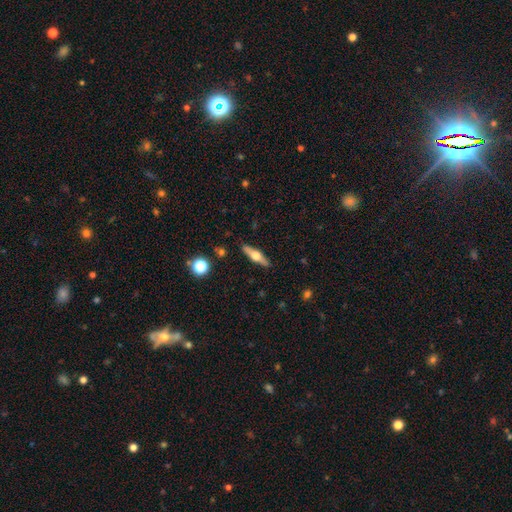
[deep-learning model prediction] This is likely a featured or disk galaxy (63%). It is clearly viewed edge-on (96%). Edge-on bulge: clearly rounded (95%). Merging: clearly none (90%).